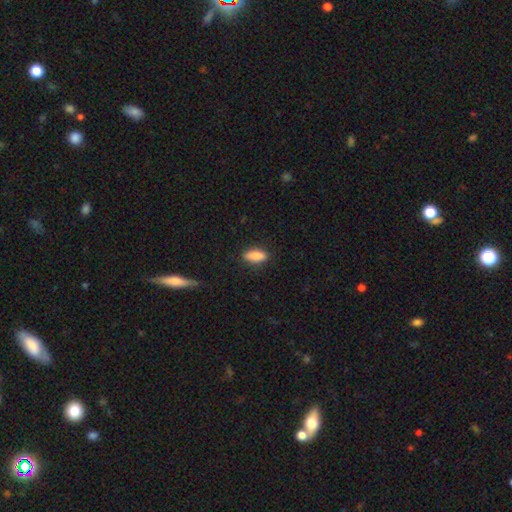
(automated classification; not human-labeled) Smooth or featured? Predicted: smooth (p=0.84). How rounded? Predicted: in between (p=0.69). Merging? Predicted: none (p=0.86).